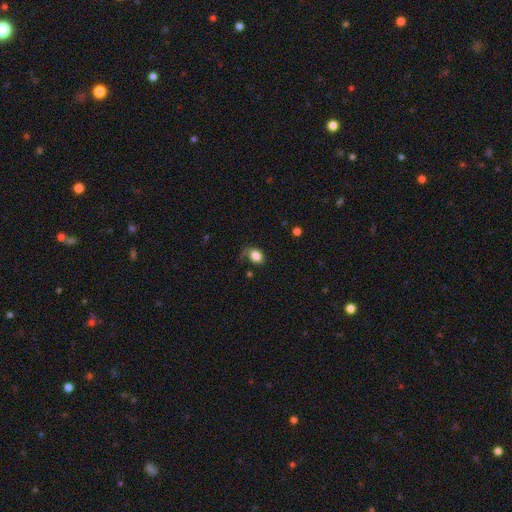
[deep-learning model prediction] smooth-or-featured: smooth: 81% | featured or disk: 10% | star or artifact: 9%
  how-rounded: in between: 67% | round: 32% | cigar-shaped: 1%
  merging: none: 51% | minor disturbance: 25% | major disturbance: 20% | merger: 4%